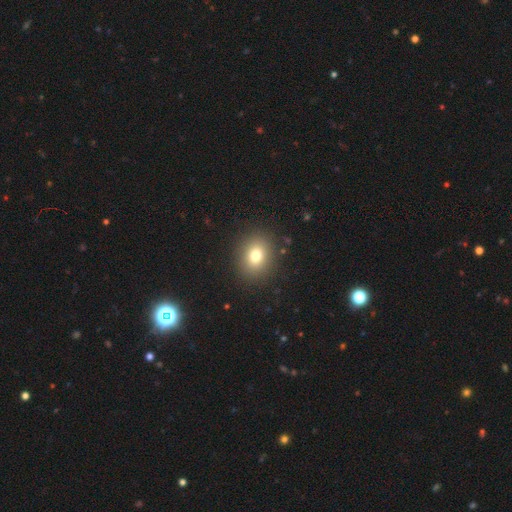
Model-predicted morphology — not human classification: smooth-or-featured: smooth: 77% | star or artifact: 13% | featured or disk: 10%
  how-rounded: round: 60% | in between: 39% | cigar-shaped: 1%
  merging: none: 89% | minor disturbance: 7% | major disturbance: 3% | merger: 1%